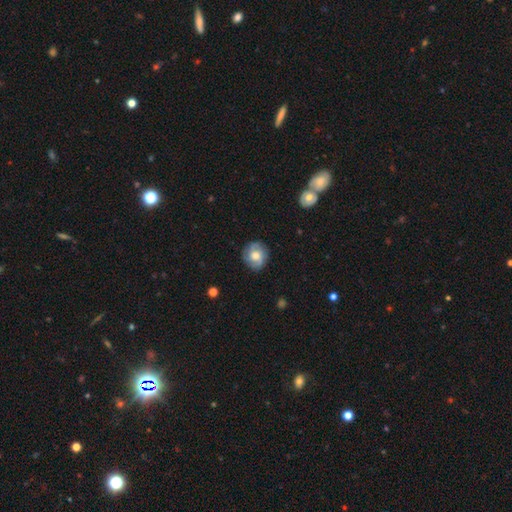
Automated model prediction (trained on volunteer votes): This appears to be a featured or disk galaxy (50%). Merging: none (79%).